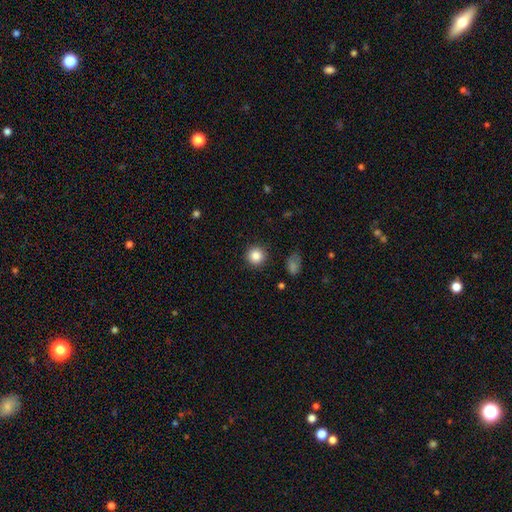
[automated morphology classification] This appears to be a smooth galaxy with no disk features (86%) that is round (93%). Merging: none (90%).